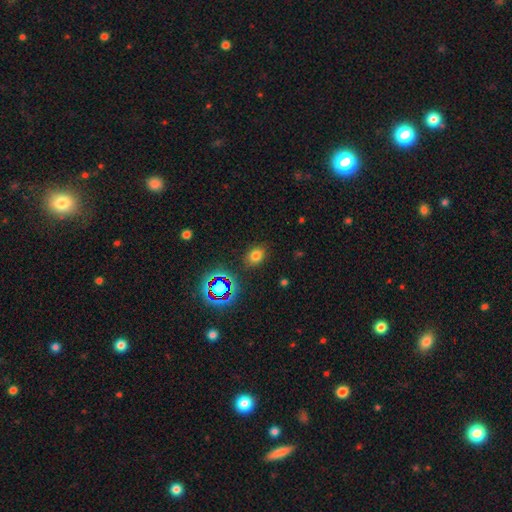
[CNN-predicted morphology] Smooth or featured: smooth — 72% (star or artifact — 20%)
How rounded: in between — 58% (round — 41%)
Merging: none — 84% (minor disturbance — 11%)